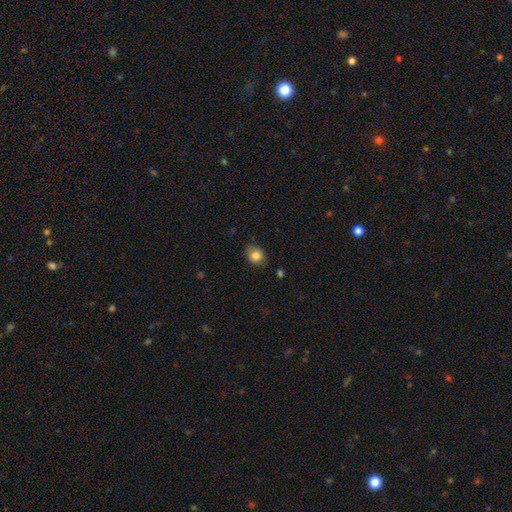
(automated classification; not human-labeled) This is clearly a smooth galaxy (84%). How rounded: likely round (71%). Merging: likely none (80%).